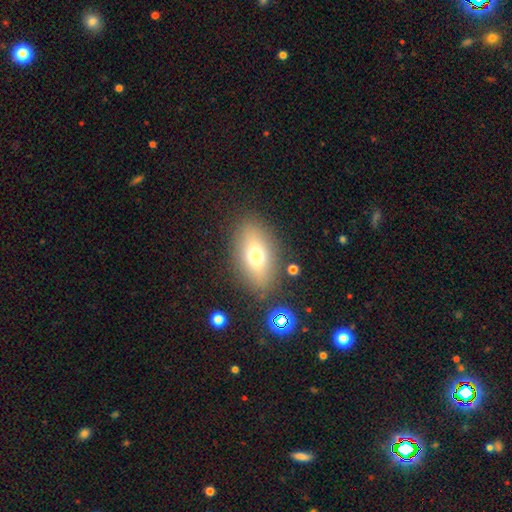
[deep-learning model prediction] Overall: smooth (68%). How rounded: in between (85%). Merging: none (83%).